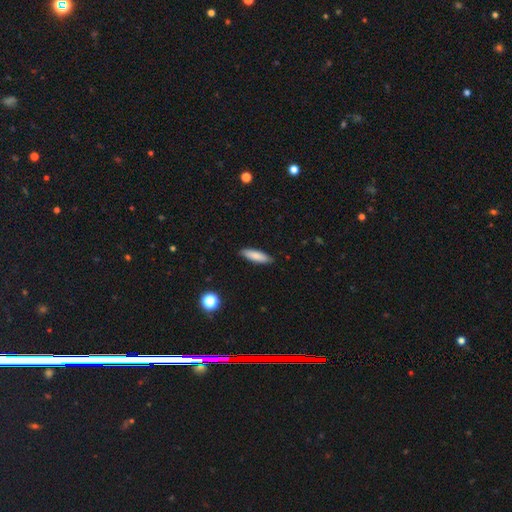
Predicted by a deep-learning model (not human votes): The model was most divided on "how rounded": cigar-shaped: 58%, in between: 40%, round: 2%. More confident: merging — none (88%); smooth or featured — smooth (83%).